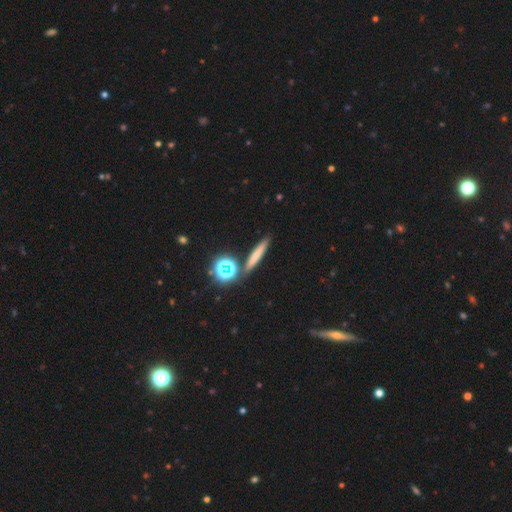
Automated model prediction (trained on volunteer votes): Q: Smooth or featured?
A: smooth (66%); runner-up: star or artifact (18%)
Q: How rounded?
A: cigar-shaped (80%); runner-up: round (10%)
Q: Merging?
A: none (85%); runner-up: minor disturbance (7%)